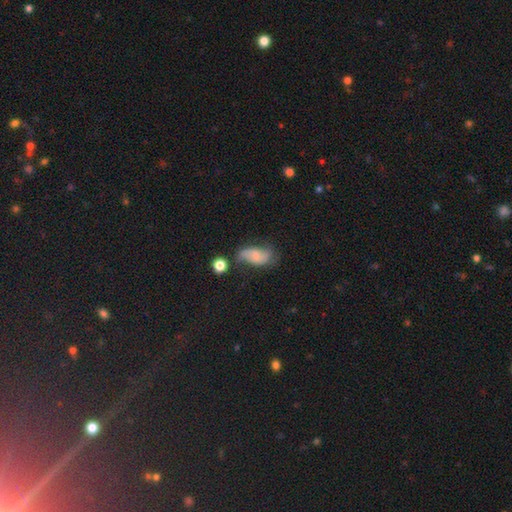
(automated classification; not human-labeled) Smooth or featured? Predicted: featured or disk (p=0.45, tied with smooth). Merging? Predicted: none (p=0.46).